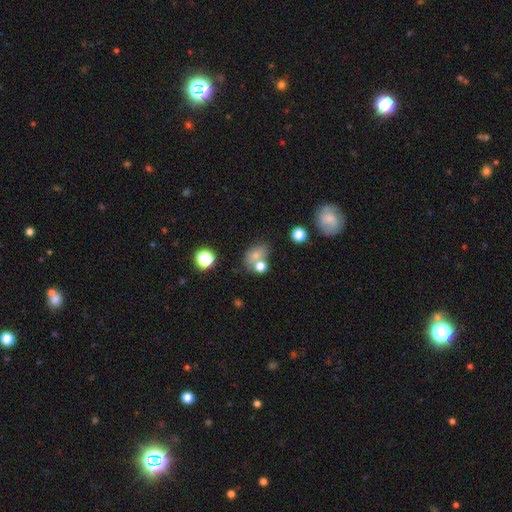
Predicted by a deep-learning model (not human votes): A smooth galaxy with no disk features (70%) that is in between round and cigar-shaped (61%). Merging: none (49%).